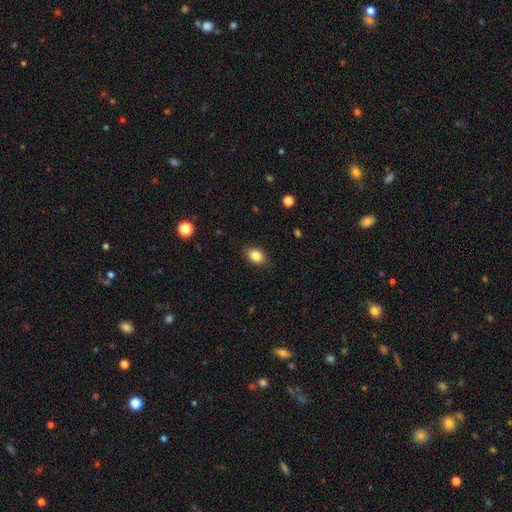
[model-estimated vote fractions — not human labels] Smooth or featured? Predicted: smooth (p=0.84). How rounded? Predicted: in between (p=0.77). Merging? Predicted: none (p=0.85).